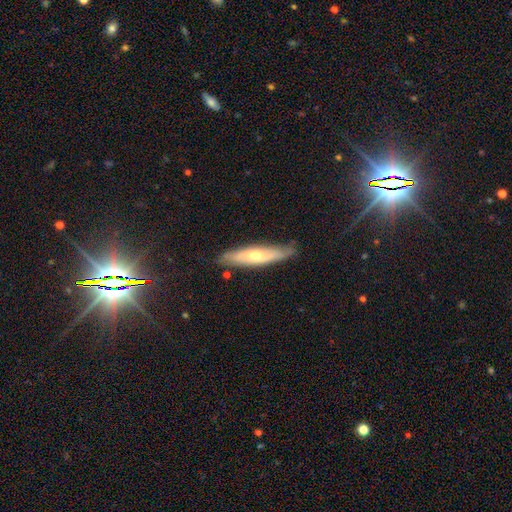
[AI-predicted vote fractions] This is possibly a featured or disk galaxy (55%). It is possibly viewed edge-on (59%). Merging: likely none (77%).